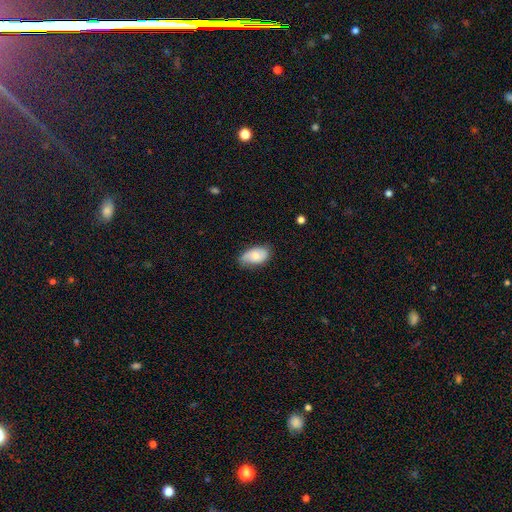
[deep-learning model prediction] Overall: smooth (65%; featured or disk 28%). How rounded: in between (92%). Merging: none (67%; minor disturbance 27%).